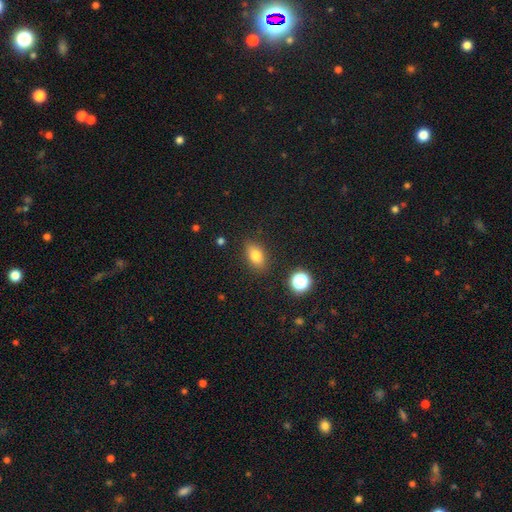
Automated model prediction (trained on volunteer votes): Morphology: type=smooth (78%); roundness=in between (80%); merging=none (85%).